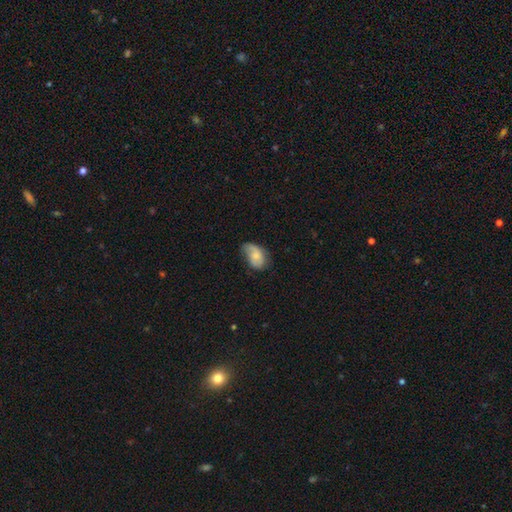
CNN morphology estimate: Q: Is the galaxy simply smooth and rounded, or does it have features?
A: smooth — 64%.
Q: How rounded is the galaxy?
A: in between — 89%.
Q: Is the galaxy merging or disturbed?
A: minor disturbance — 41%.